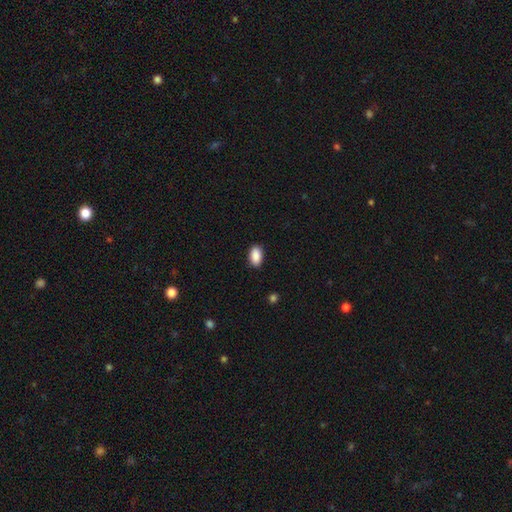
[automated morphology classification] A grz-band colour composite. It shows a smooth galaxy with no disk features (90%) that is in between round and cigar-shaped (93%). Merging: none (88%).